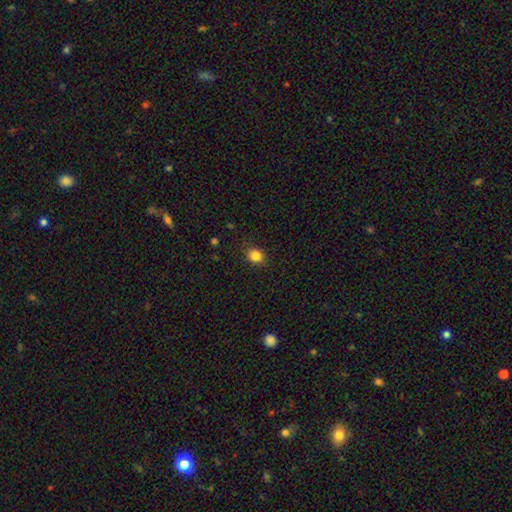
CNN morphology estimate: Smooth or featured: smooth — 85% (star or artifact — 11%)
How rounded: round — 66% (in between — 33%)
Merging: none — 88% (minor disturbance — 9%)